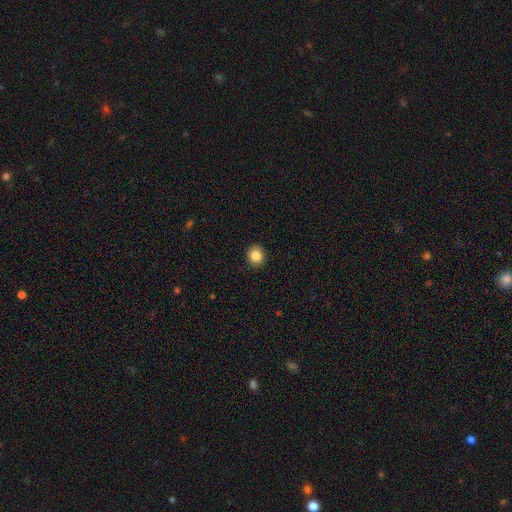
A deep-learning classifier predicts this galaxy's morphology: smooth-or-featured: smooth: 84% | star or artifact: 10% | featured or disk: 6%
  how-rounded: round: 77% | in between: 22% | cigar-shaped: 1%
  merging: none: 92% | minor disturbance: 6% | major disturbance: 2% | merger: 1%